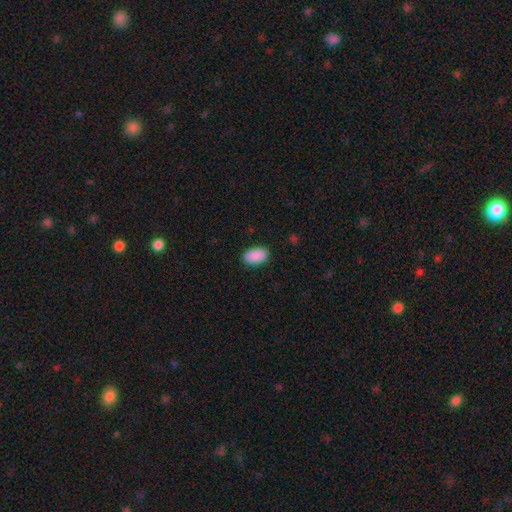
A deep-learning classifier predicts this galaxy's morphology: This appears to be a smooth galaxy with no disk features (91%) that is in between round and cigar-shaped (94%). Merging: none (88%).